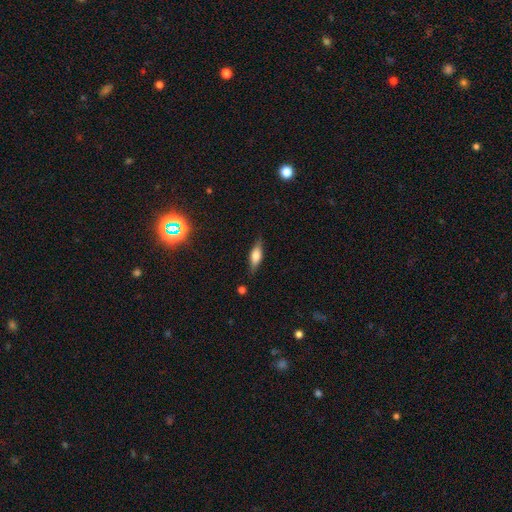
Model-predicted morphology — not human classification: A smooth galaxy with no disk features (54%) that is in between round and cigar-shaped (58%).

Vote fractions:
- Smooth or featured? smooth: 54% / featured or disk: 38% / star or artifact: 8%
- How rounded? in between: 58% / cigar-shaped: 38% / round: 4%
- Merging? none: 80% / minor disturbance: 15% / major disturbance: 3% / merger: 2%